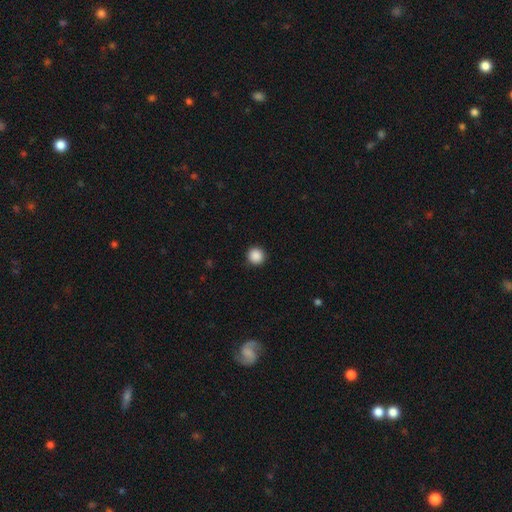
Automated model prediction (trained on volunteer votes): smooth 88%, star or artifact 9%, featured or disk 2%. Down the decision tree: how rounded — round (95%); merging — none (93%).